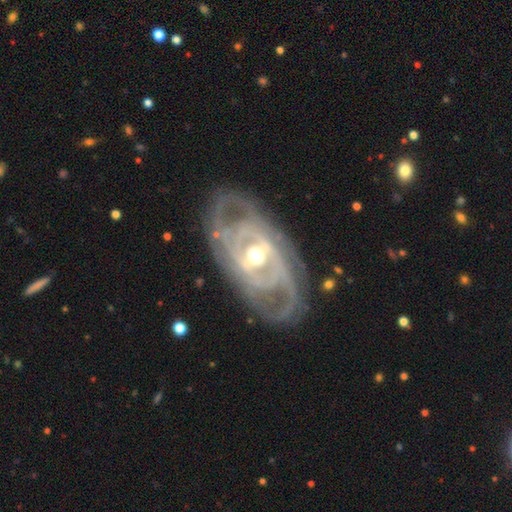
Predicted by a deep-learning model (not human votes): smooth_or_featured: featured or disk (p=0.90) [alt: smooth p=0.06]
disk_edge_on: no (p=0.93) [alt: yes p=0.07]
bar: weak (p=0.37) [alt: strong p=0.34]
has_spiral_arms: yes (p=0.89) [alt: no p=0.11]
spiral_winding: tight (p=0.68) [alt: medium p=0.25]
spiral_arm_count: 2 (p=0.34) [alt: can't tell p=0.32]
bulge_size: moderate (p=0.65) [alt: small p=0.29]
merging: none (p=0.76) [alt: minor disturbance p=0.15]